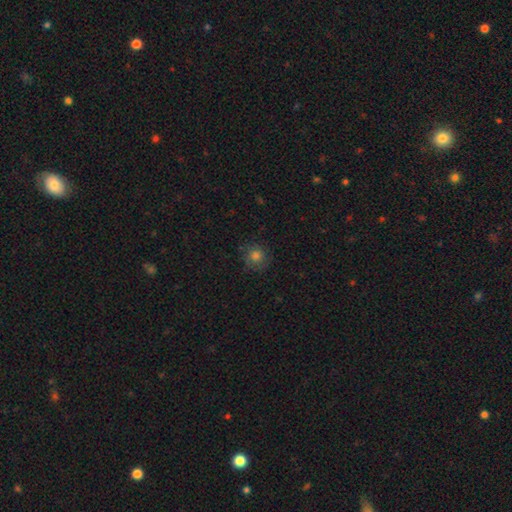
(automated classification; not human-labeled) smooth 77%, star or artifact 14%, featured or disk 9%. Down the decision tree: how rounded — round (90%); merging — none (80%).